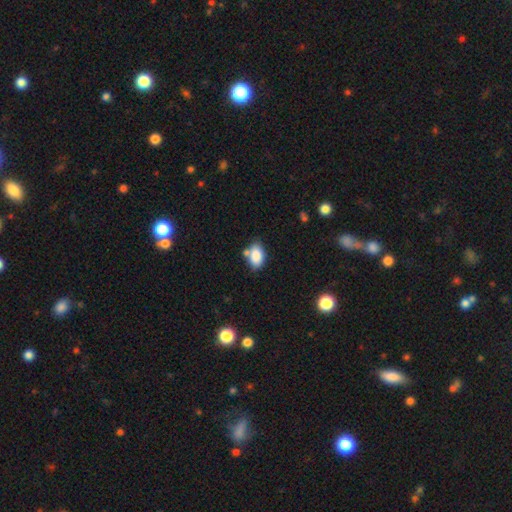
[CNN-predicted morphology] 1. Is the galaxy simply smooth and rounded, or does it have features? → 85% smooth, 8% star or artifact, 7% featured or disk.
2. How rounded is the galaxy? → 89% in between, 9% round, 2% cigar-shaped.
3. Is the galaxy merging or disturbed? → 65% none, 16% minor disturbance, 15% merger, 4% major disturbance.